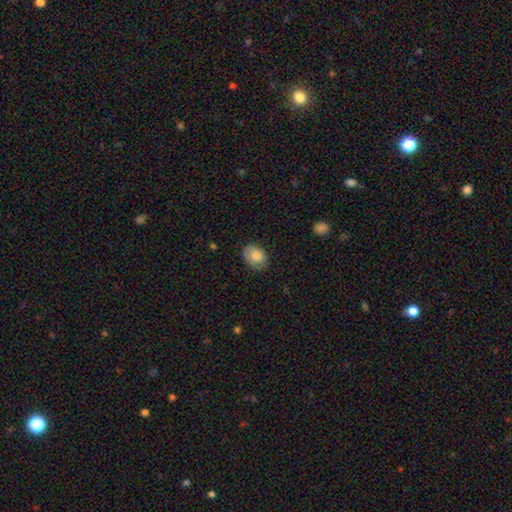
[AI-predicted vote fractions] Overall: smooth (82%). How rounded: in between (70%). Merging: none (76%).